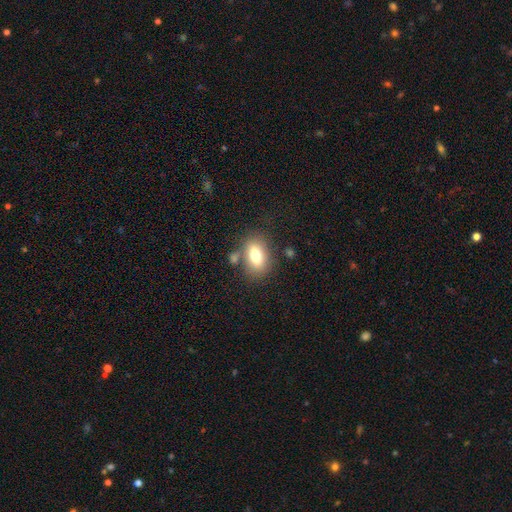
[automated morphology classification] smooth-or-featured: smooth: 76% | featured or disk: 16% | star or artifact: 8%
  how-rounded: in between: 86% | round: 10% | cigar-shaped: 4%
  merging: none: 68% | minor disturbance: 15% | merger: 11% | major disturbance: 6%